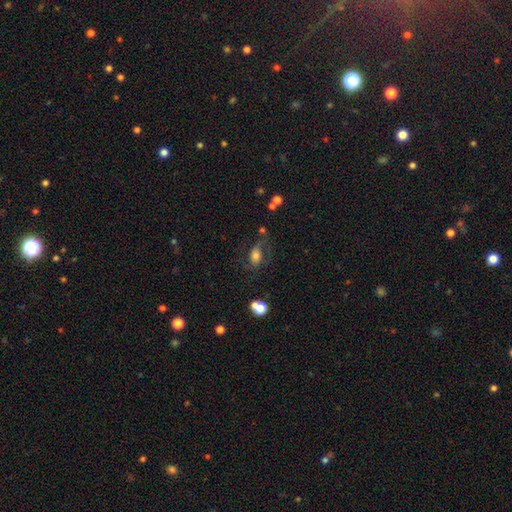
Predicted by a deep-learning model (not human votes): Morphology: type=featured or disk (52%); edge-on=no (95%); merging=none (51%).